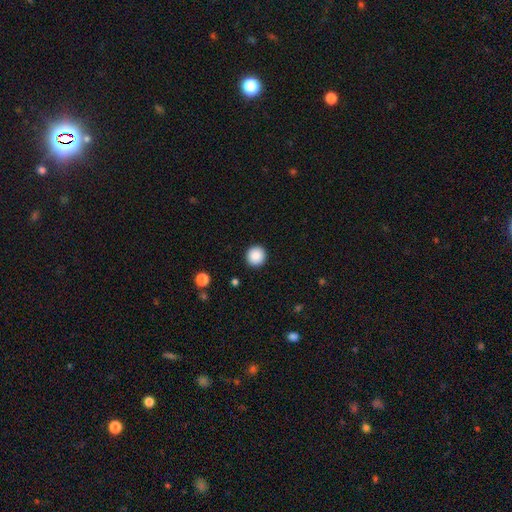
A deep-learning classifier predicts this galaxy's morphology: The model was most divided on "smooth or featured": smooth: 89%, star or artifact: 8%, featured or disk: 3%. More confident: how rounded — round (95%); merging — none (93%).